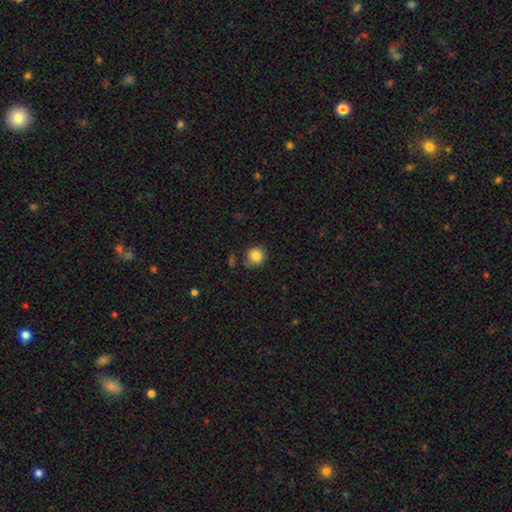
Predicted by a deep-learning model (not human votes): This is clearly a smooth galaxy (85%). How rounded: clearly round (89%). Merging: likely none (75%).